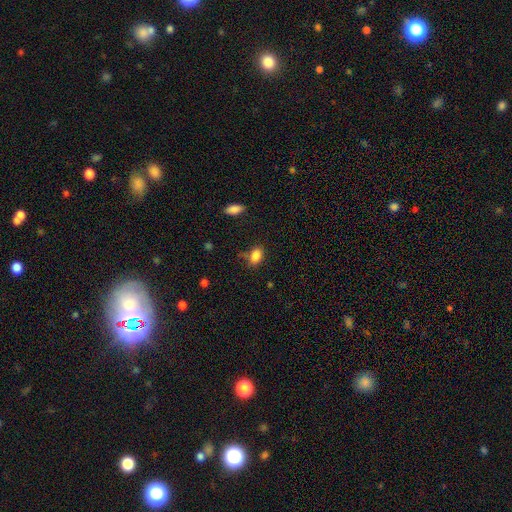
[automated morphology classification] smooth-or-featured: smooth: 85% | star or artifact: 10% | featured or disk: 5%
  how-rounded: in between: 84% | round: 14% | cigar-shaped: 2%
  merging: none: 68% | minor disturbance: 22% | major disturbance: 6% | merger: 5%